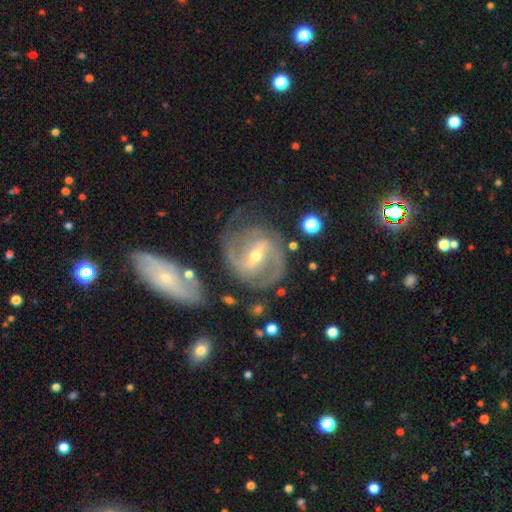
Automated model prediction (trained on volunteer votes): Morphology: type=featured or disk (89%); edge-on=no (96%); bar=strong (58%); spiral arms=yes (95%); winding=medium (49%); arm count=2 (79%); bulge=small (55%); merging=none (69%).